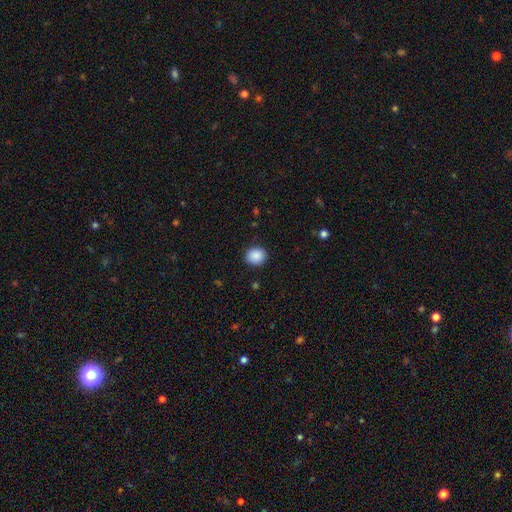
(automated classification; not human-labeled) Q: Smooth or featured?
A: smooth (89%); runner-up: star or artifact (8%)
Q: How rounded?
A: round (78%); runner-up: in between (22%)
Q: Merging?
A: none (90%); runner-up: minor disturbance (7%)